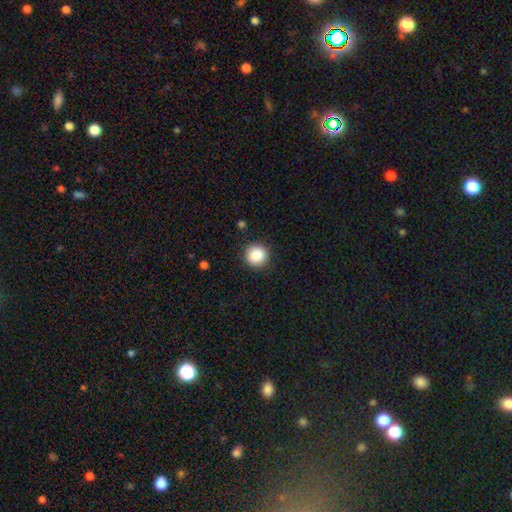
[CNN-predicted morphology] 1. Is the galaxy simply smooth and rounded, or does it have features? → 87% smooth, 9% star or artifact, 4% featured or disk.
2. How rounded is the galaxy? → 93% round, 6% in between, 1% cigar-shaped.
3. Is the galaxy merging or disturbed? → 90% none, 7% minor disturbance, 2% major disturbance, 1% merger.